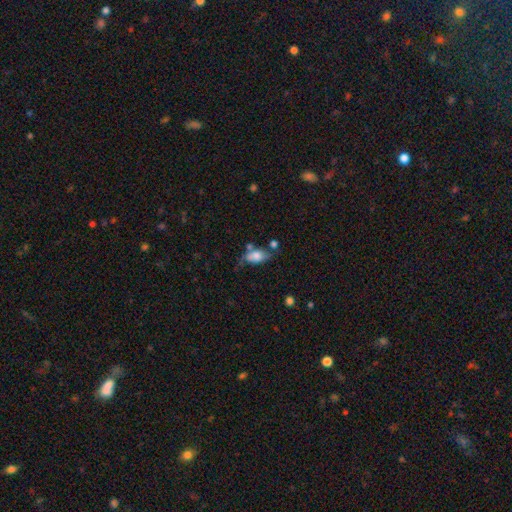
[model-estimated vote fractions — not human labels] Smooth or featured?
  - smooth: 66% *
  - featured or disk: 25%
  - star or artifact: 8%
How rounded?
  - in between: 86% *
  - cigar-shaped: 7%
  - round: 7%
Merging?
  - none: 41% *
  - minor disturbance: 28%
  - major disturbance: 15%
  - merger: 15%